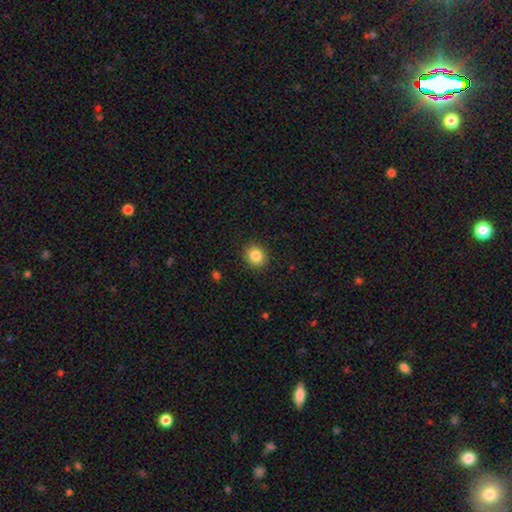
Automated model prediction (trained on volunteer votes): This appears to be a smooth galaxy with no disk features (84%) that is round (81%). Merging: none (91%).